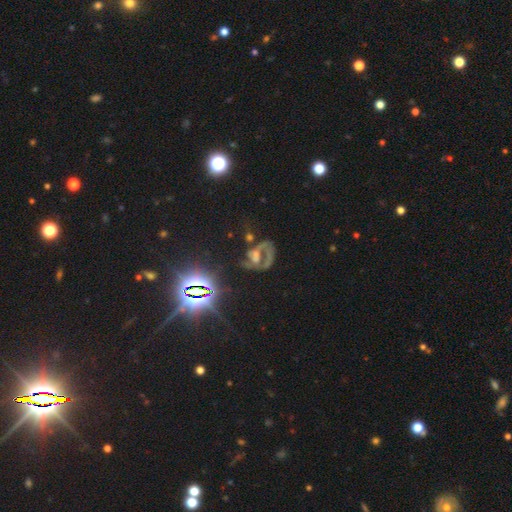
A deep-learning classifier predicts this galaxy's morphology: smooth_or_featured: featured or disk (p=0.56) [alt: star or artifact p=0.29]
disk_edge_on: no (p=0.96) [alt: yes p=0.04]
bar: no (p=0.58) [alt: weak p=0.26]
has_spiral_arms: yes (p=0.61) [alt: no p=0.39]
bulge_size: none (p=0.33) [alt: moderate p=0.29]
merging: none (p=0.35) [tied with: major disturbance p=0.35]